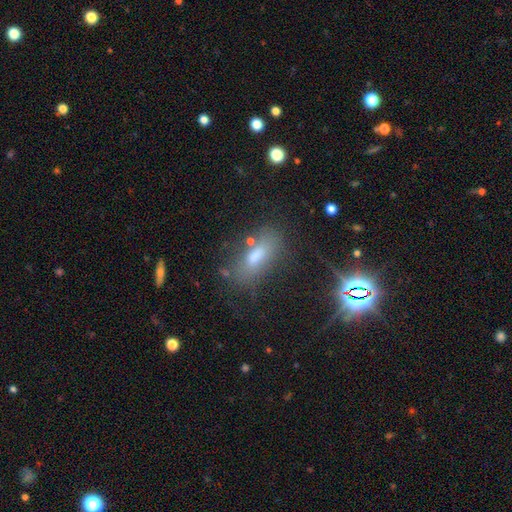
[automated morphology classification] A smooth galaxy with no disk features (59%) that is in between round and cigar-shaped (73%). Merging: none (69%).